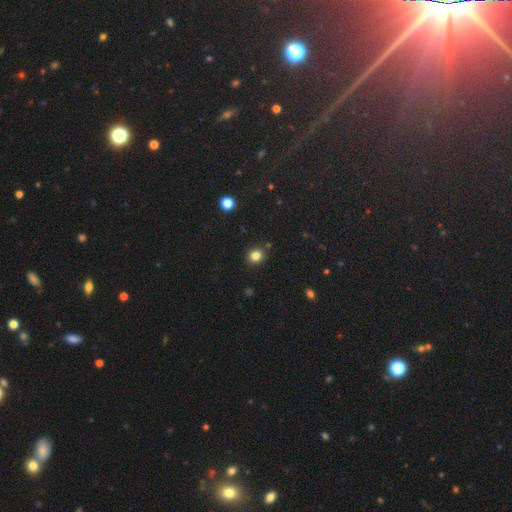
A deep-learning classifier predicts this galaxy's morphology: smooth-or-featured: smooth: 82% | star or artifact: 13% | featured or disk: 5%
  how-rounded: round: 82% | in between: 17% | cigar-shaped: 1%
  merging: none: 88% | minor disturbance: 7% | merger: 3% | major disturbance: 2%